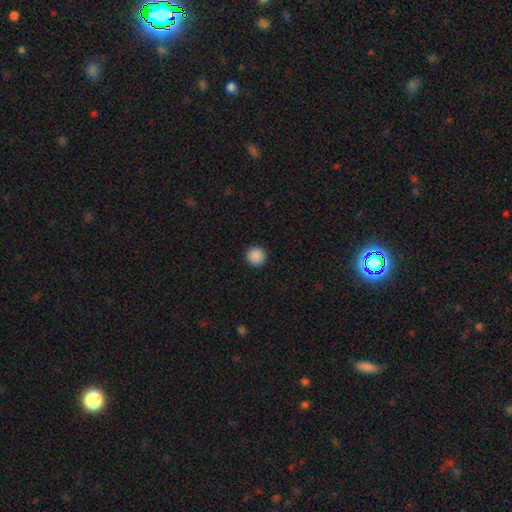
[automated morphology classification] smooth_or_featured: smooth (p=0.89) [alt: star or artifact p=0.09]
how_rounded: round (p=0.96) [alt: in between p=0.03]
merging: none (p=0.93) [alt: minor disturbance p=0.04]